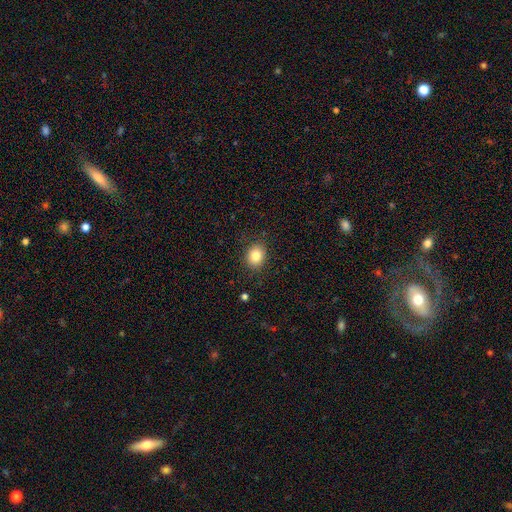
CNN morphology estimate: Smooth or featured? Predicted: smooth (p=0.84). How rounded? Predicted: round (p=0.55). Merging? Predicted: none (p=0.87).